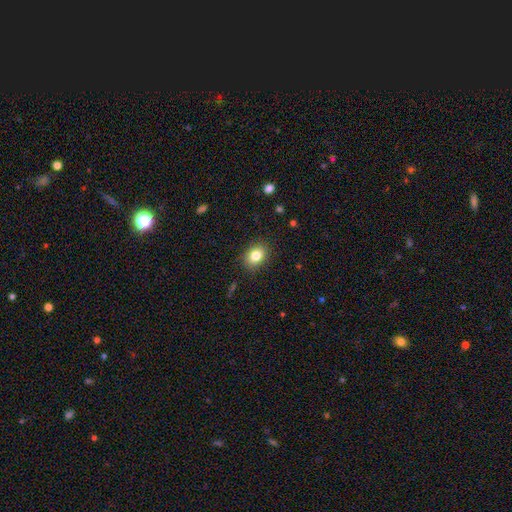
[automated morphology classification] Smooth or featured: smooth — 82% (star or artifact — 10%)
How rounded: in between — 64% (round — 35%)
Merging: none — 87% (minor disturbance — 9%)